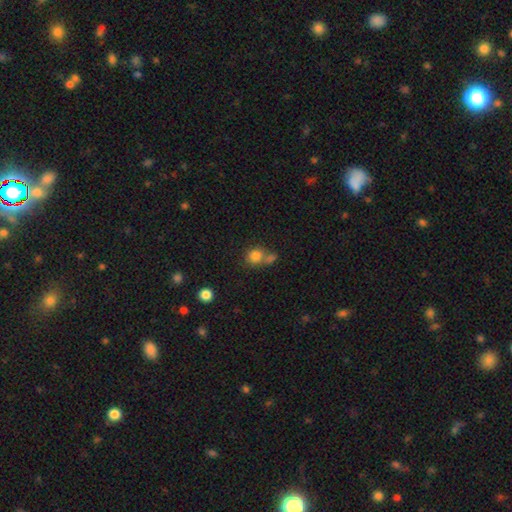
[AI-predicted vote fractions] This appears to be a smooth galaxy with no disk features (80%) that is round (79%). Merging: none (48%).